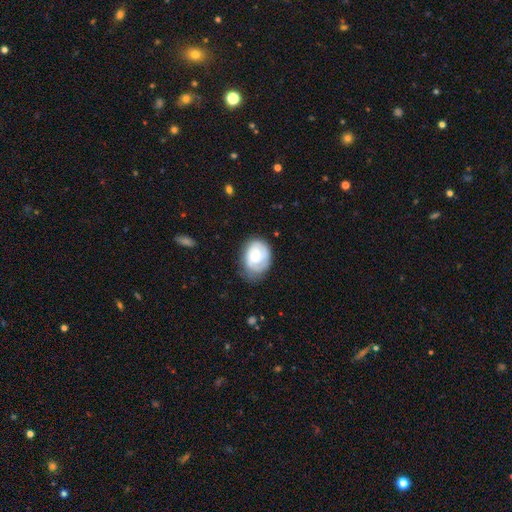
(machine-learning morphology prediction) type=featured or disk (54%); edge-on=no (97%); bar=no (68%); spiral arms=yes (79%); bulge=moderate (55%); merging=none (60%).